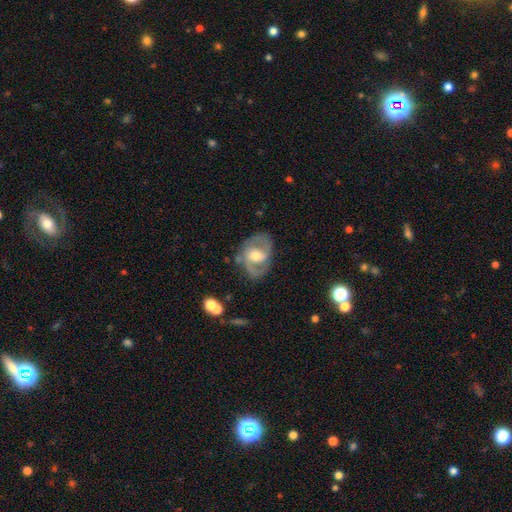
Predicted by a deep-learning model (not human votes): Q: Smooth or featured?
A: featured or disk (79%); runner-up: smooth (15%)
Q: Edge-on disk?
A: no (96%); runner-up: yes (4%)
Q: Bar?
A: weak (46%); runner-up: no (34%)
Q: Spiral arms?
A: yes (87%); runner-up: no (13%)
Q: Spiral winding?
A: medium (53%); runner-up: tight (29%)
Q: Spiral arm count?
A: 2 (84%); runner-up: can't tell (8%)
Q: Bulge size?
A: moderate (66%); runner-up: small (21%)
Q: Merging?
A: none (74%); runner-up: minor disturbance (17%)